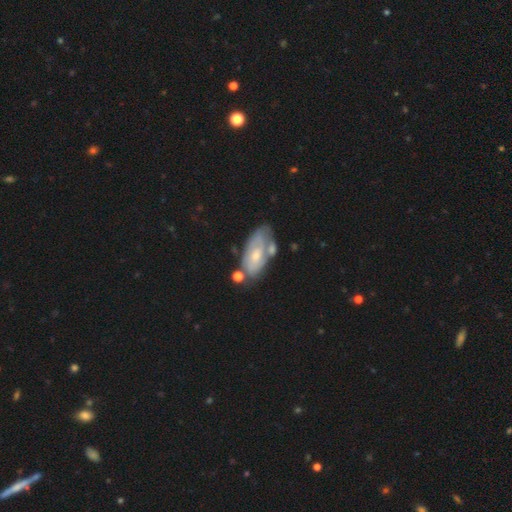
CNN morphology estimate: This is possibly a featured or disk galaxy (55%). It is clearly not viewed edge-on (90%). Merging: possibly none (46%).